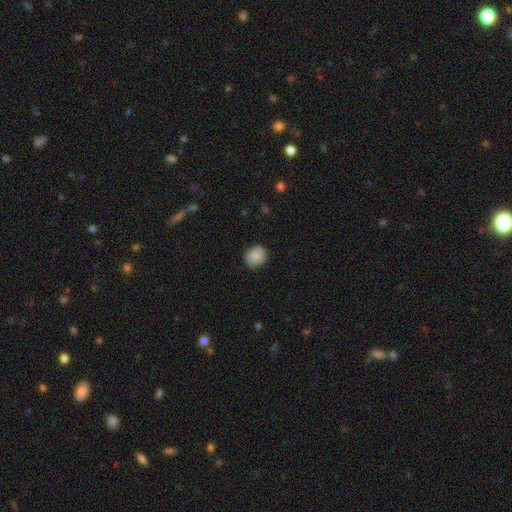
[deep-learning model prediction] Smooth or featured? Predicted: smooth (p=0.88). How rounded? Predicted: round (p=0.79). Merging? Predicted: none (p=0.84).